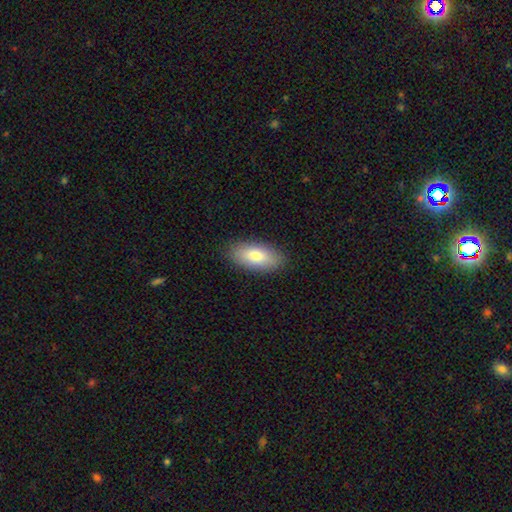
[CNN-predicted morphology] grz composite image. It shows a smooth galaxy with no disk features (80%) that is in between round and cigar-shaped (87%). Merging: none (88%).